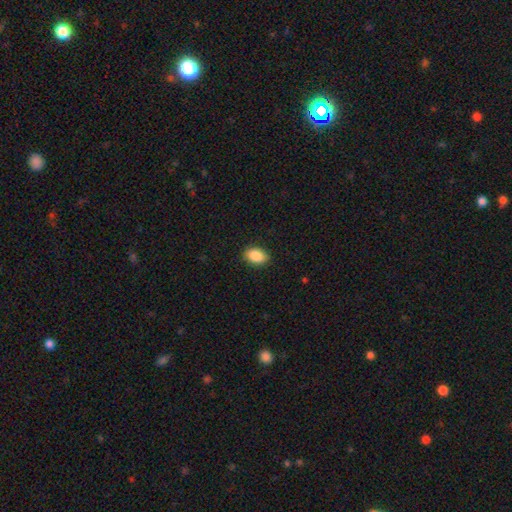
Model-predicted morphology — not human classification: The model was most divided on "how rounded": in between: 84%, round: 14%, cigar-shaped: 1%. More confident: merging — none (89%); smooth or featured — smooth (89%).